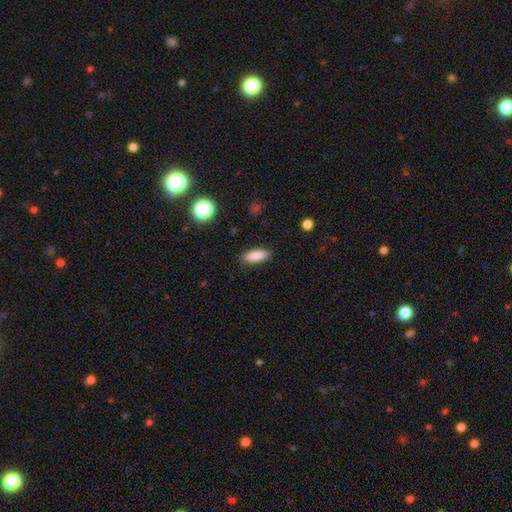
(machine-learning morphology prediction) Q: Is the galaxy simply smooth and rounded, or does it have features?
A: smooth — 86%.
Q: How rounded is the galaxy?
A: in between — 63%.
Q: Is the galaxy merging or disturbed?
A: none — 88%.